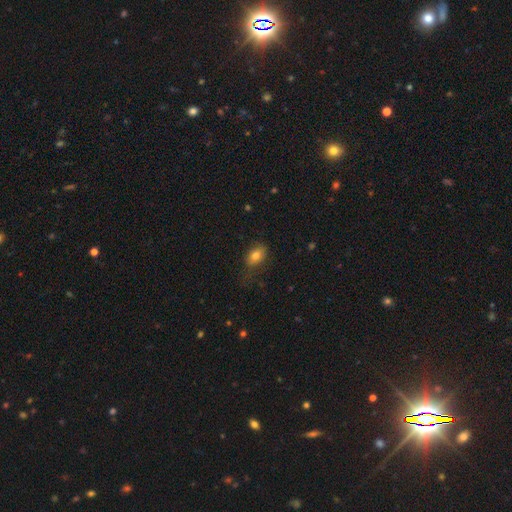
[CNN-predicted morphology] This appears to be a smooth galaxy with no disk features (79%) that is in between round and cigar-shaped (82%). Merging: none (65%).